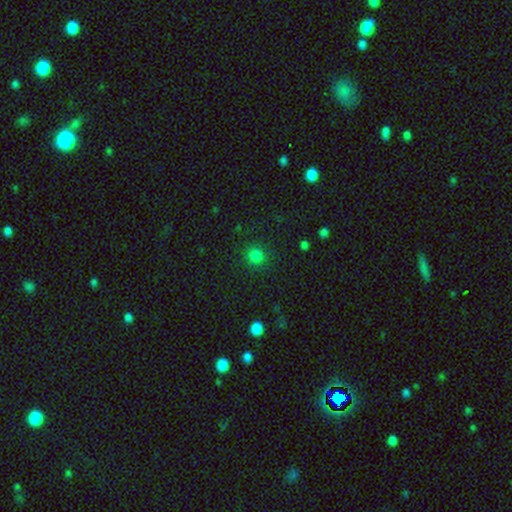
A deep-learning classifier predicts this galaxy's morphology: Smooth or featured: smooth — 82% (star or artifact — 14%)
How rounded: round — 91% (in between — 8%)
Merging: none — 87% (minor disturbance — 8%)